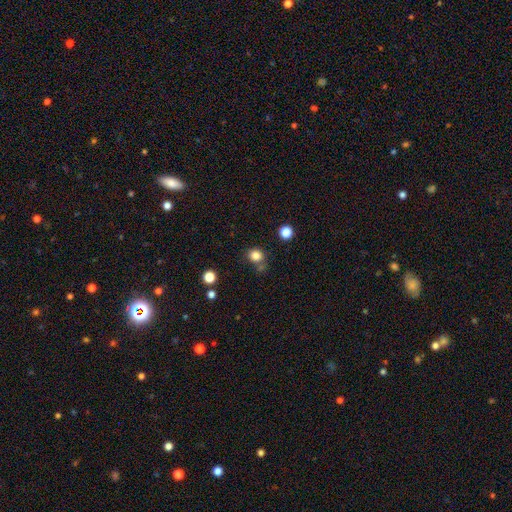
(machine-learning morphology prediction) Smooth or featured?
  - smooth: 83% *
  - star or artifact: 13%
  - featured or disk: 5%
How rounded?
  - round: 80% *
  - in between: 19%
  - cigar-shaped: 1%
Merging?
  - none: 67% *
  - minor disturbance: 15%
  - merger: 12%
  - major disturbance: 6%